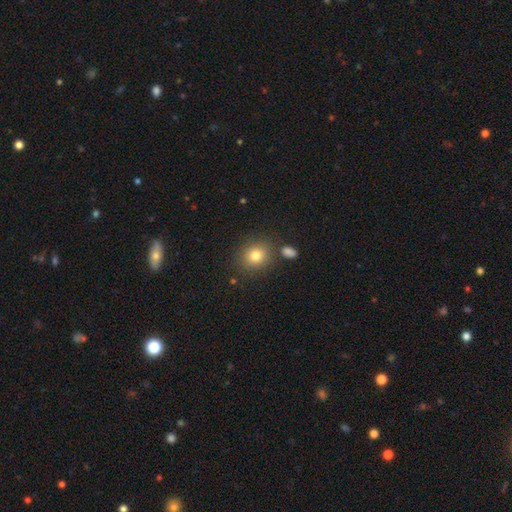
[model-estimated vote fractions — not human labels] Smooth or featured: smooth — 81% (star or artifact — 11%)
How rounded: round — 75% (in between — 24%)
Merging: none — 81% (minor disturbance — 10%)